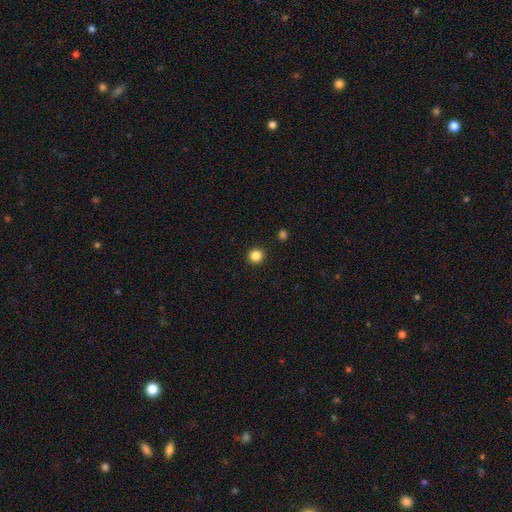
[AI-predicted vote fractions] Q: Smooth or featured?
A: smooth (85%); runner-up: star or artifact (12%)
Q: How rounded?
A: round (93%); runner-up: in between (6%)
Q: Merging?
A: none (92%); runner-up: minor disturbance (5%)